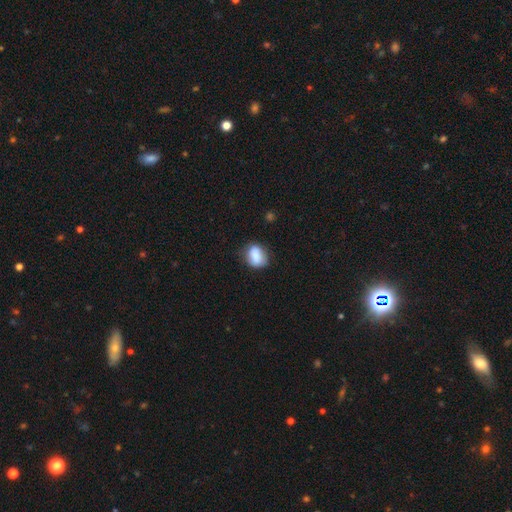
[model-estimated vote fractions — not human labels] smooth_or_featured: smooth (p=0.83) [alt: featured or disk p=0.09]
how_rounded: in between (p=0.62) [alt: round p=0.37]
merging: none (p=0.66) [alt: minor disturbance p=0.26]